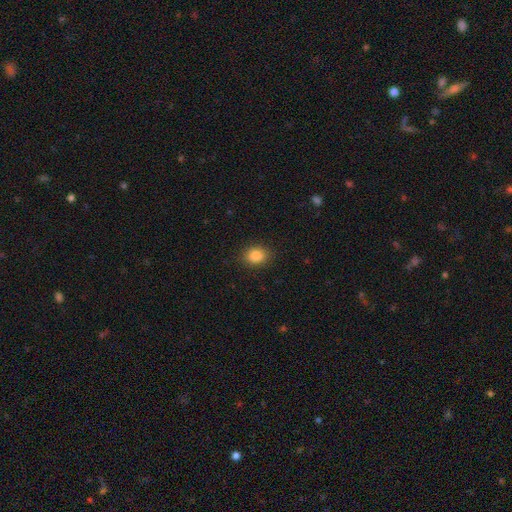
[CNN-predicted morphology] Smooth or featured?
  - smooth: 86% *
  - star or artifact: 10%
  - featured or disk: 4%
How rounded?
  - in between: 50% *
  - round: 49%
  - cigar-shaped: 1%
Merging?
  - none: 88% *
  - minor disturbance: 8%
  - major disturbance: 3%
  - merger: 1%